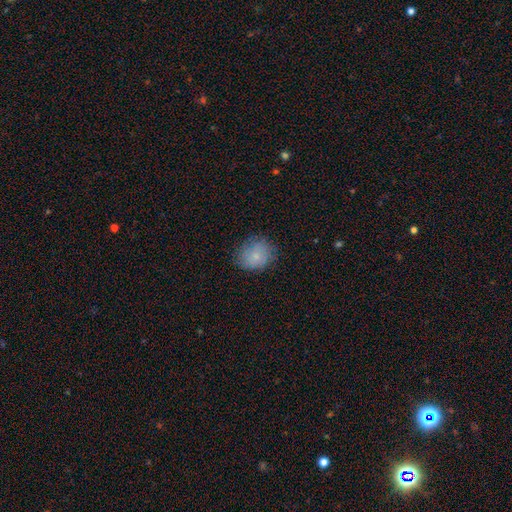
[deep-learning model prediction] This is likely a smooth galaxy (76%). How rounded: likely round (66%). Merging: likely none (75%).